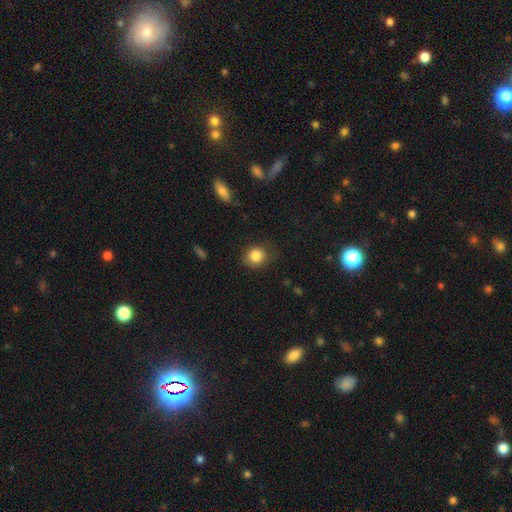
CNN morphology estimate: A smooth galaxy with no disk features (84%) that is round (76%).

Vote fractions:
- Smooth or featured? smooth: 84% / star or artifact: 10% / featured or disk: 6%
- How rounded? round: 76% / in between: 23% / cigar-shaped: 1%
- Merging? none: 81% / minor disturbance: 14% / major disturbance: 4% / merger: 1%